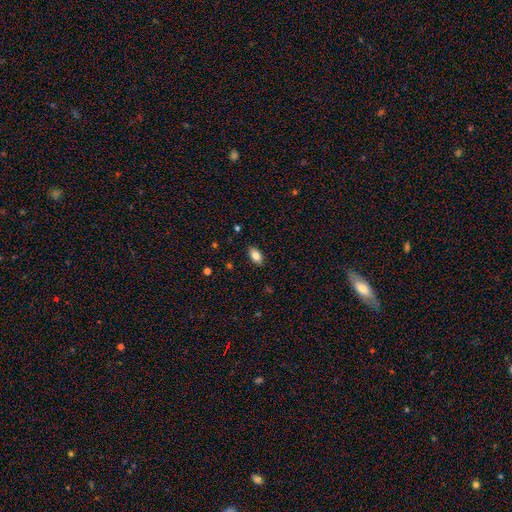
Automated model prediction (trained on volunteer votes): smooth 85%, star or artifact 8%, featured or disk 7%. Down the decision tree: how rounded — in between (91%); merging — none (87%).